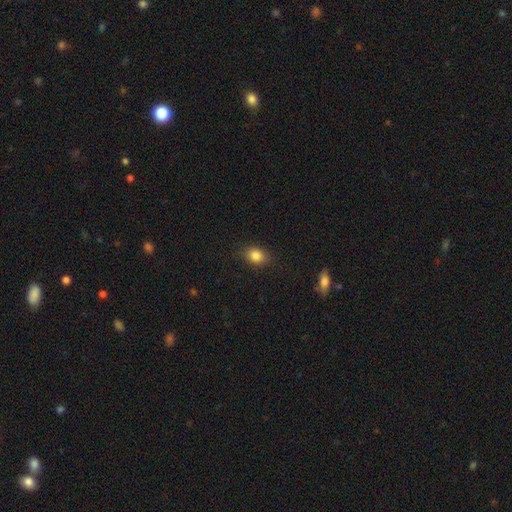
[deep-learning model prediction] Smooth or featured?
  - smooth: 84% *
  - star or artifact: 10%
  - featured or disk: 6%
How rounded?
  - in between: 67% *
  - round: 31%
  - cigar-shaped: 2%
Merging?
  - none: 85% *
  - minor disturbance: 11%
  - major disturbance: 3%
  - merger: 1%